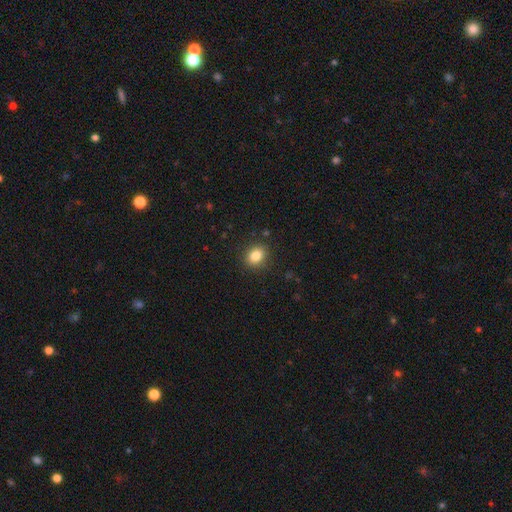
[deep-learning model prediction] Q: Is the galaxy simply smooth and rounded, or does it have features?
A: smooth — 84%.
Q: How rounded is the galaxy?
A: round — 57%.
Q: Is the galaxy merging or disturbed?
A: none — 88%.